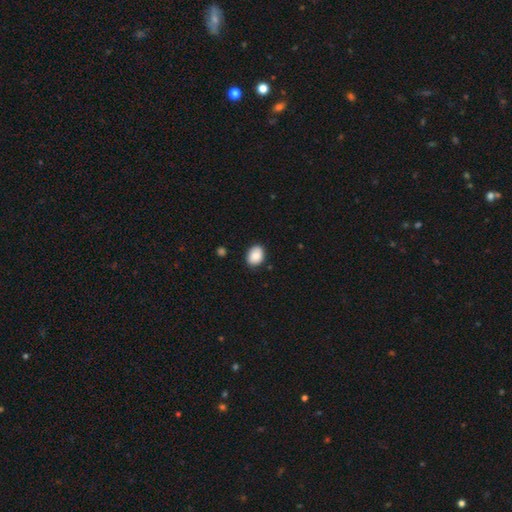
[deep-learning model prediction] smooth-or-featured: smooth: 86% | star or artifact: 7% | featured or disk: 7%
  how-rounded: in between: 68% | round: 32% | cigar-shaped: 1%
  merging: none: 85% | minor disturbance: 12% | major disturbance: 2% | merger: 1%